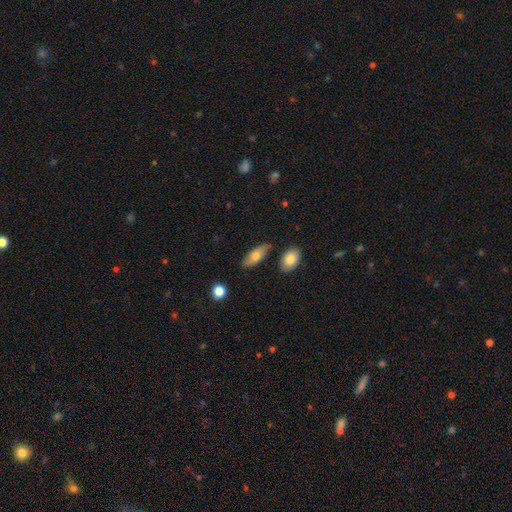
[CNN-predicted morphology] smooth-or-featured: smooth: 72% | featured or disk: 21% | star or artifact: 7%
  how-rounded: in between: 79% | cigar-shaped: 18% | round: 3%
  merging: none: 79% | minor disturbance: 14% | merger: 4% | major disturbance: 3%